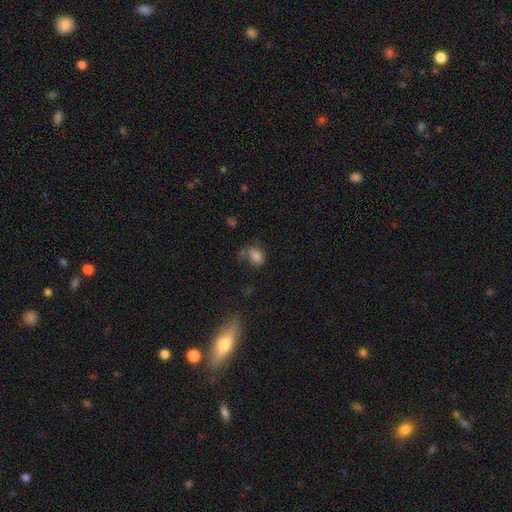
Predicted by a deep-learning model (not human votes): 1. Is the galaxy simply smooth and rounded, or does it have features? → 78% smooth, 12% star or artifact, 10% featured or disk.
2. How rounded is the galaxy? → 68% in between, 31% round, 1% cigar-shaped.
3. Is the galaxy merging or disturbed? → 45% none, 25% minor disturbance, 17% major disturbance, 13% merger.